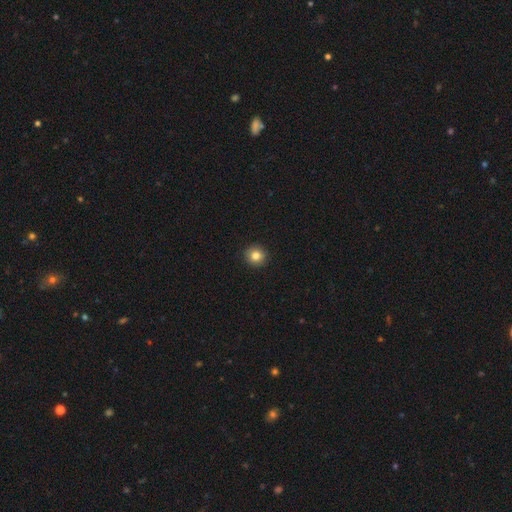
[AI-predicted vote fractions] Morphology: type=smooth (83%); roundness=round (93%); merging=none (93%).